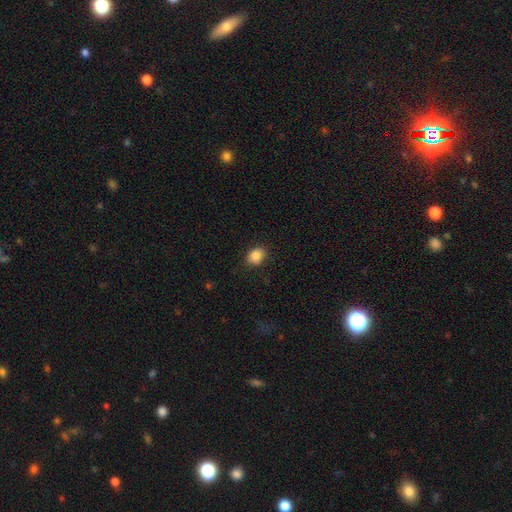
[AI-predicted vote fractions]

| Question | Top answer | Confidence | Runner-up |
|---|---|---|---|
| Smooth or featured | smooth | 85% | star or artifact (9%) |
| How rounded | in between | 53% | round (46%) |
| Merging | none | 85% | minor disturbance (11%) |